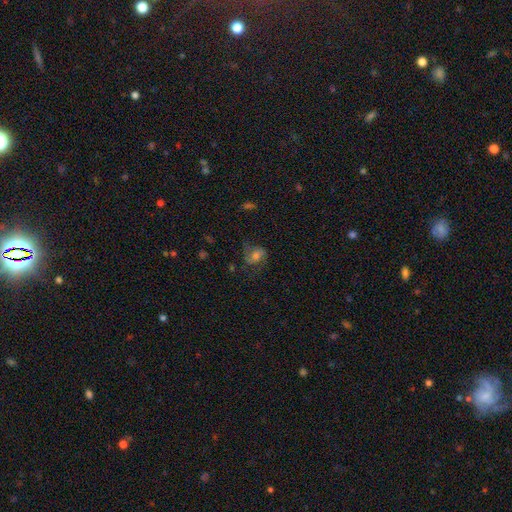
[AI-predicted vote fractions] A featured or disk galaxy (49%). Merging: none (57%).